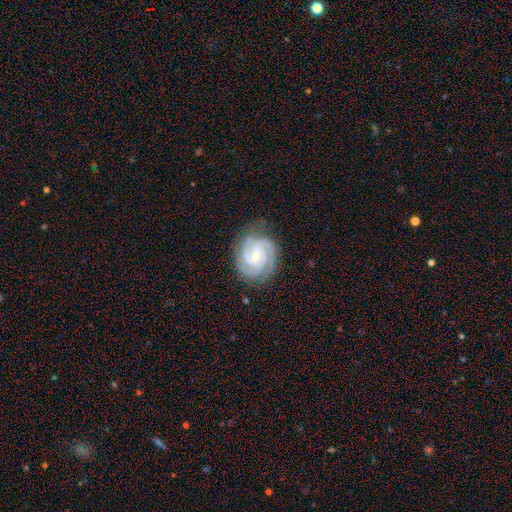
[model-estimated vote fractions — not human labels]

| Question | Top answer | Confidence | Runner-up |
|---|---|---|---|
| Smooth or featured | featured or disk | 91% | smooth (4%) |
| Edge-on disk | no | 98% | yes (2%) |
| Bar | no | 58% | weak (33%) |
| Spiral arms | yes | 99% | no (1%) |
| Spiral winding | tight | 77% | medium (21%) |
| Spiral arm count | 3 | 46% | 2 (18%) |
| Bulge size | small | 68% | moderate (29%) |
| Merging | none | 78% | minor disturbance (16%) |